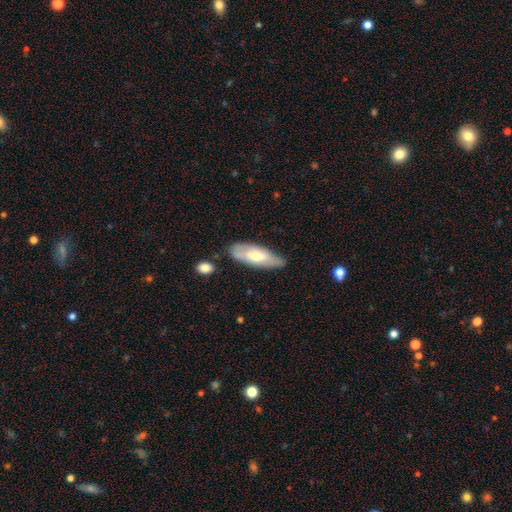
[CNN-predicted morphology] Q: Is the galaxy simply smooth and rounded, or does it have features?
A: smooth — 47%, tied with featured or disk.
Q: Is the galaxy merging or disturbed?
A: none — 73%.